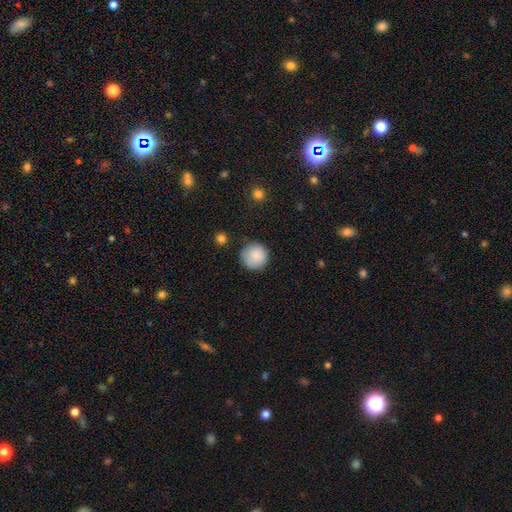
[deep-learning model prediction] This is clearly a smooth galaxy (88%). How rounded: clearly round (95%). Merging: clearly none (84%).